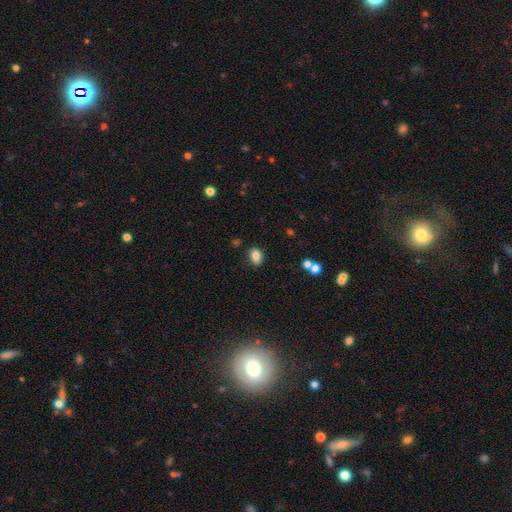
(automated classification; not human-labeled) The model was most divided on "how rounded": in between: 76%, round: 23%, cigar-shaped: 1%. More confident: merging — none (84%); smooth or featured — smooth (84%).